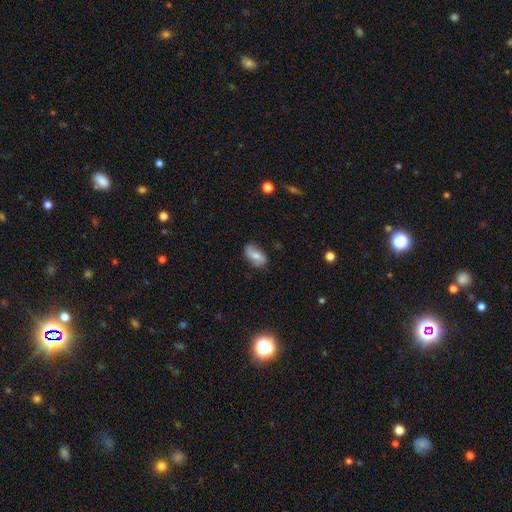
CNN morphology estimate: Q: Smooth or featured?
A: smooth (59%); runner-up: featured or disk (34%)
Q: How rounded?
A: in between (88%); runner-up: cigar-shaped (7%)
Q: Merging?
A: none (78%); runner-up: minor disturbance (17%)